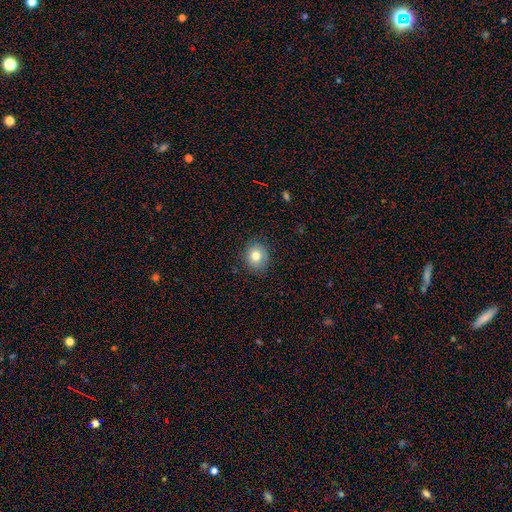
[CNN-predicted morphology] type=smooth (78%); roundness=round (69%); merging=none (84%).